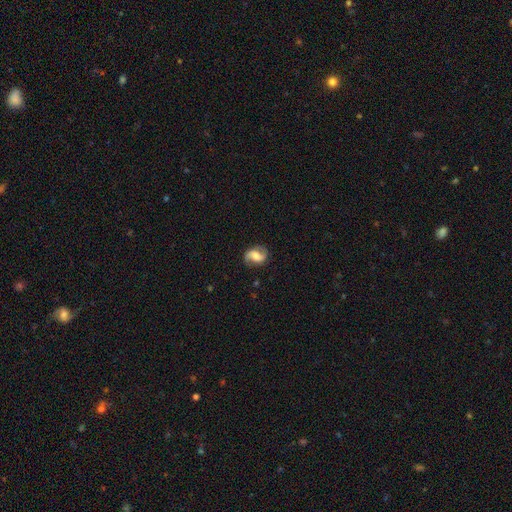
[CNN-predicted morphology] featured or disk 76%, smooth 17%, star or artifact 7%. Down the decision tree: edge-on disk — no (98%); bar — weak (44%); spiral arms — yes (95%); spiral arm count — 2 (92%); spiral winding — loose (46%); bulge size — moderate (46%); merging — none (82%).